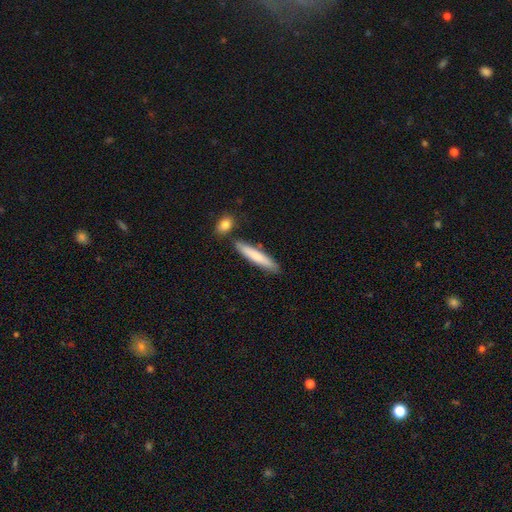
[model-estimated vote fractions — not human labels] Morphology: type=smooth (74%); roundness=cigar-shaped (92%); merging=none (79%).